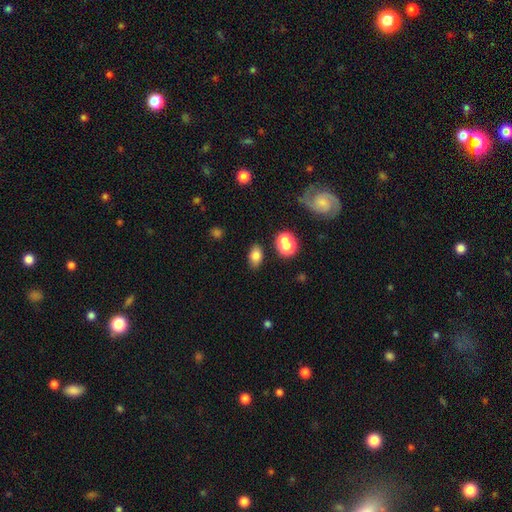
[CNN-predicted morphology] The model was most divided on "merging": none: 79%, minor disturbance: 12%, merger: 7%, major disturbance: 3%. More confident: how rounded — in between (84%); smooth or featured — smooth (79%).